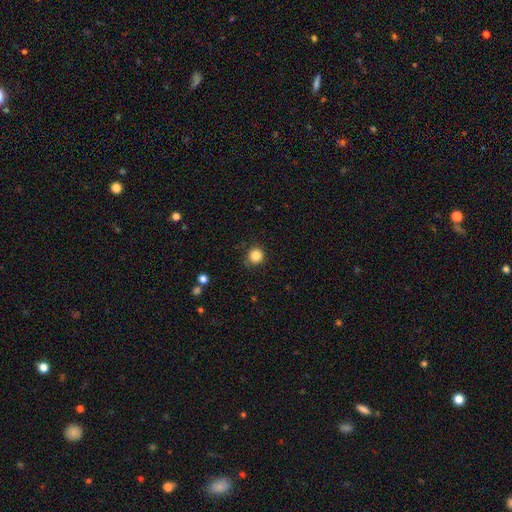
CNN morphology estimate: smooth_or_featured: smooth (p=0.84) [alt: star or artifact p=0.11]
how_rounded: round (p=0.93) [alt: in between p=0.06]
merging: none (p=0.85) [alt: minor disturbance p=0.11]